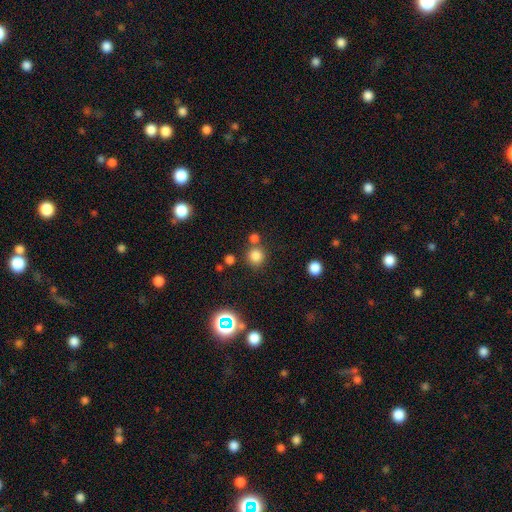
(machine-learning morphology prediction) Smooth or featured? Predicted: smooth (p=0.77). How rounded? Predicted: round (p=0.92). Merging? Predicted: none (p=0.73).